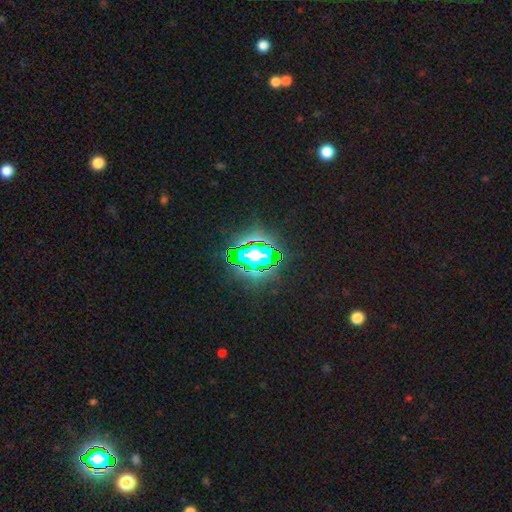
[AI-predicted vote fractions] Smooth or featured?
  - star or artifact: 82% *
  - smooth: 12%
  - featured or disk: 7%